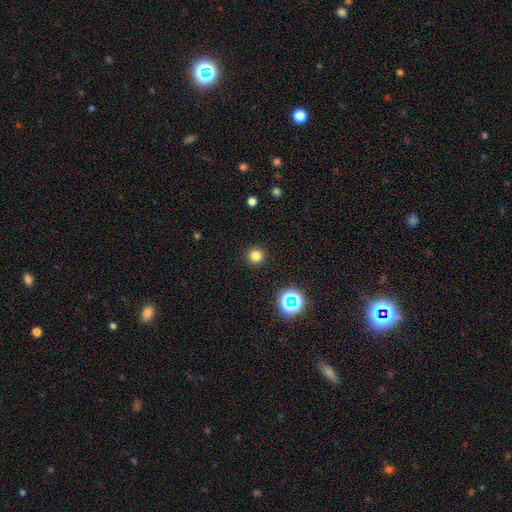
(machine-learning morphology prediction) This appears to be a smooth galaxy with no disk features (78%) that is round (95%). Merging: none (92%).